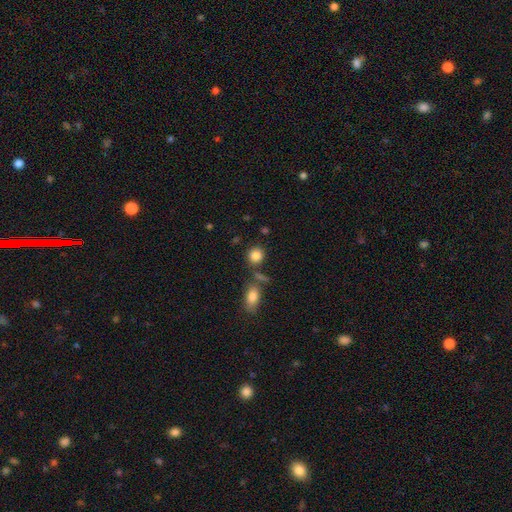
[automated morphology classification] This appears to be a smooth galaxy with no disk features (85%) that is round (74%). Merging: none (68%).